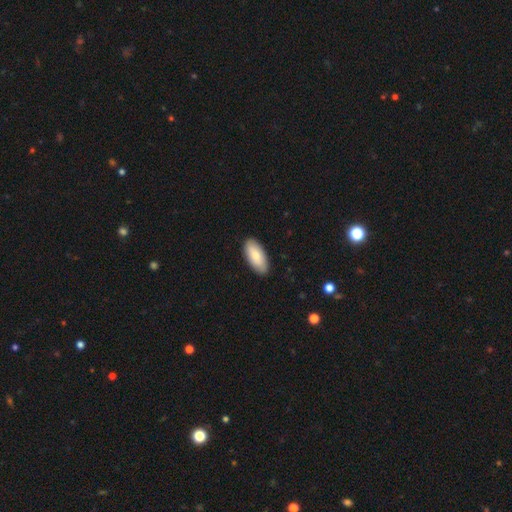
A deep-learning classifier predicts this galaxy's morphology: smooth_or_featured: smooth (p=0.81) [alt: featured or disk p=0.14]
how_rounded: in between (p=0.91) [alt: cigar-shaped p=0.08]
merging: none (p=0.88) [alt: minor disturbance p=0.09]